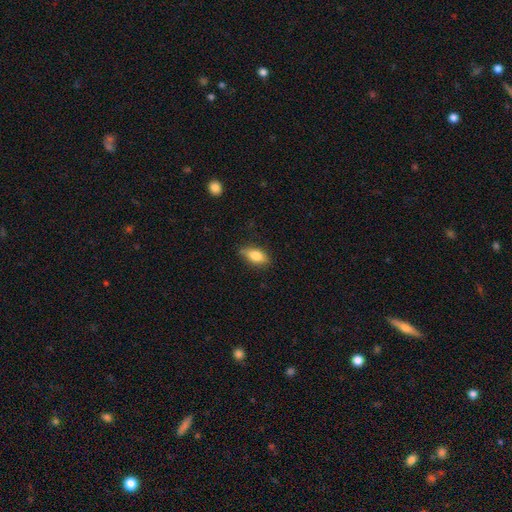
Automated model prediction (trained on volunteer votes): Morphology: type=smooth (75%); roundness=in between (81%); merging=none (74%).